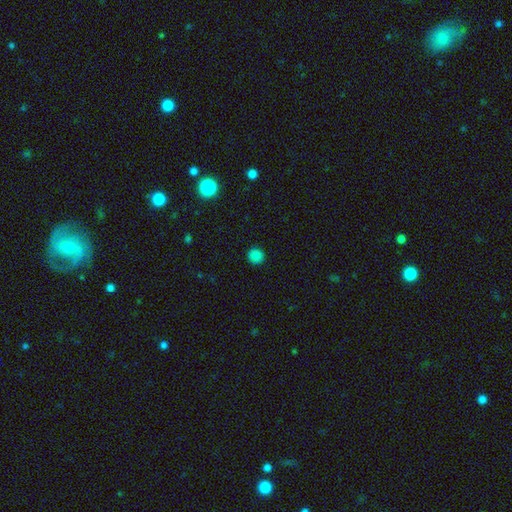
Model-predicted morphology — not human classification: Smooth or featured? smooth (85%)
How rounded? round (94%)
Merging? none (92%)